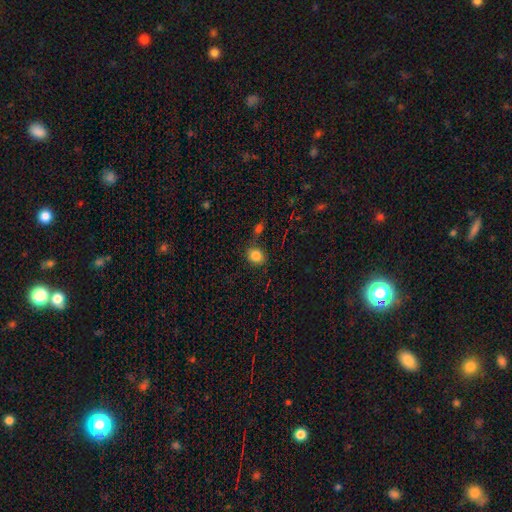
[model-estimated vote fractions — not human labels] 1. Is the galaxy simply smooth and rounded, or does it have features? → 84% smooth, 11% star or artifact, 6% featured or disk.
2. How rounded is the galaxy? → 50% round, 49% in between, 1% cigar-shaped.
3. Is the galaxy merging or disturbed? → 76% none, 12% minor disturbance, 8% merger, 4% major disturbance.